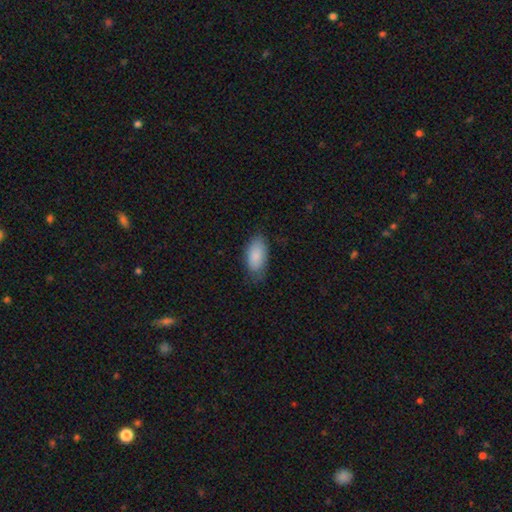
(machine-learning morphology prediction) Smooth or featured? smooth (86%)
How rounded? in between (94%)
Merging? none (71%)